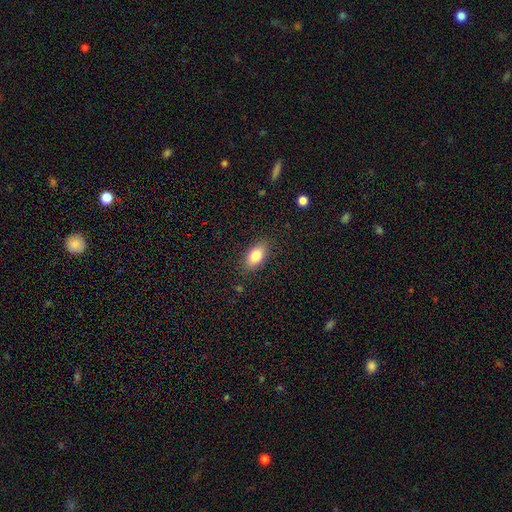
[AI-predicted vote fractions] Morphology: type=smooth (82%); roundness=in between (90%); merging=none (85%).